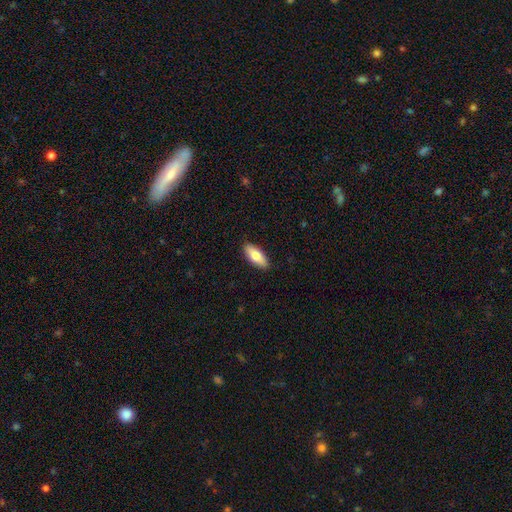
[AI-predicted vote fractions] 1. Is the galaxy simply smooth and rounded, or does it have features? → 76% smooth, 18% featured or disk, 6% star or artifact.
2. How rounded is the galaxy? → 80% in between, 18% cigar-shaped, 2% round.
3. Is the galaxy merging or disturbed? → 90% none, 8% minor disturbance, 2% major disturbance, 1% merger.